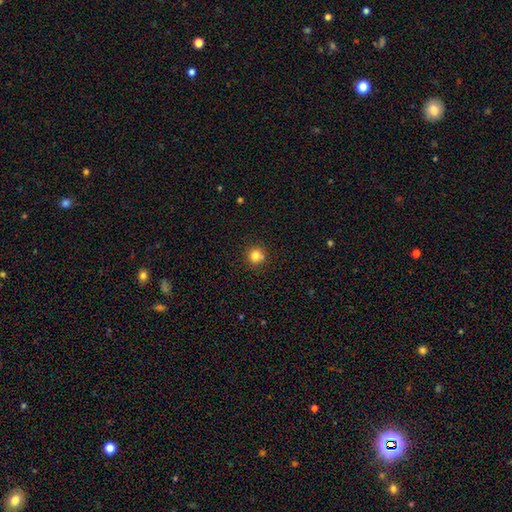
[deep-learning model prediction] Overall: smooth (81%). How rounded: round (91%). Merging: none (77%).